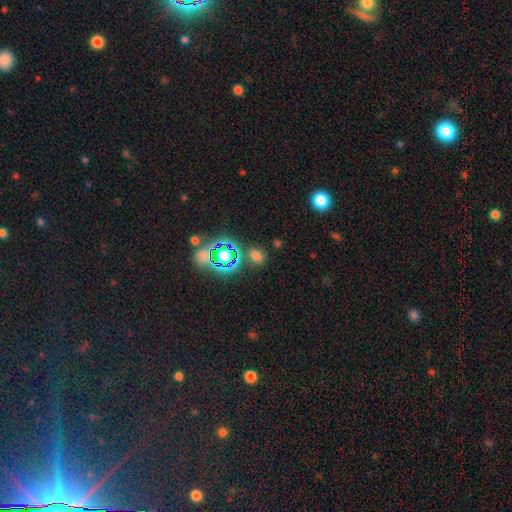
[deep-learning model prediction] Smooth or featured? star or artifact (46%, tied with smooth)